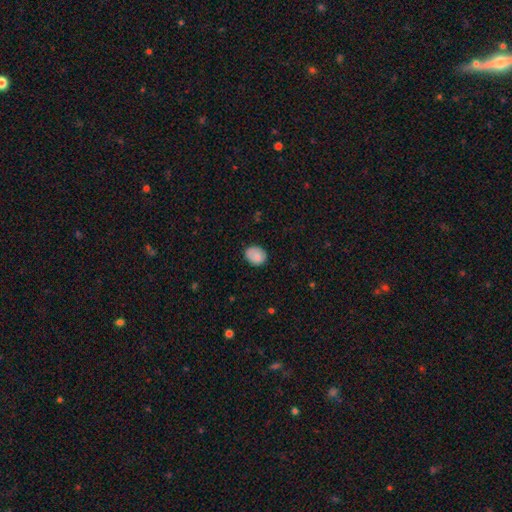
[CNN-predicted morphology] The model was most divided on "how rounded": round: 54%, in between: 45%, cigar-shaped: 1%. More confident: smooth or featured — smooth (82%); merging — none (78%).